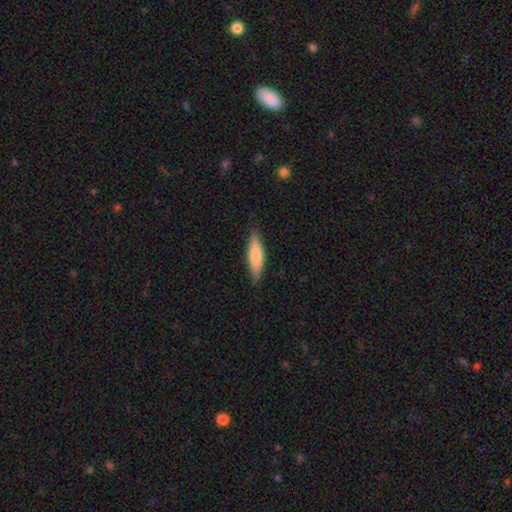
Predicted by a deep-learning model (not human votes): A smooth galaxy with no disk features (70%) that is cigar-shaped (71%). Merging: none (86%).